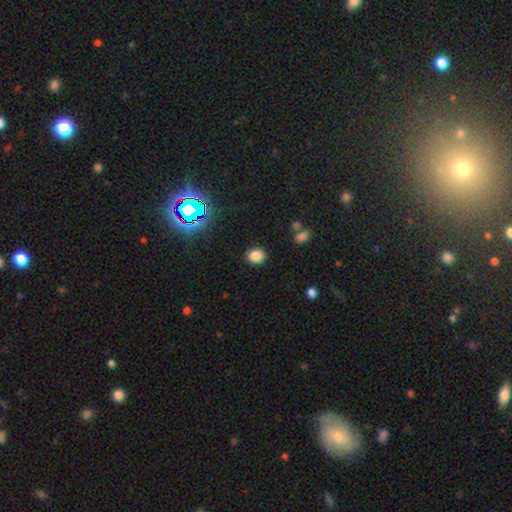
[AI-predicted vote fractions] smooth_or_featured: smooth (p=0.81) [alt: star or artifact p=0.14]
how_rounded: round (p=0.62) [alt: in between p=0.37]
merging: none (p=0.88) [alt: minor disturbance p=0.07]